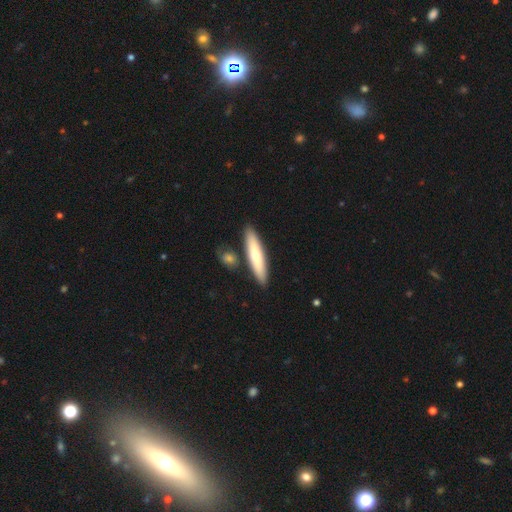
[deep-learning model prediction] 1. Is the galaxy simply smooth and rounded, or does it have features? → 69% smooth, 26% featured or disk, 5% star or artifact.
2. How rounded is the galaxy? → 86% cigar-shaped, 12% in between, 1% round.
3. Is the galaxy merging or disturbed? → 84% none, 9% minor disturbance, 5% merger, 2% major disturbance.